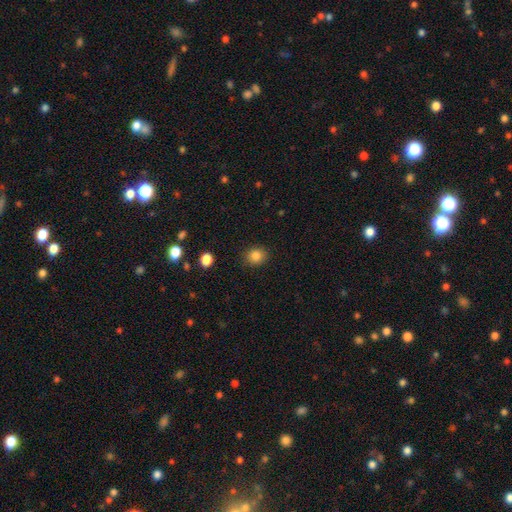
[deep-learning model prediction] A smooth galaxy with no disk features (84%) that is round (75%). Merging: none (89%).